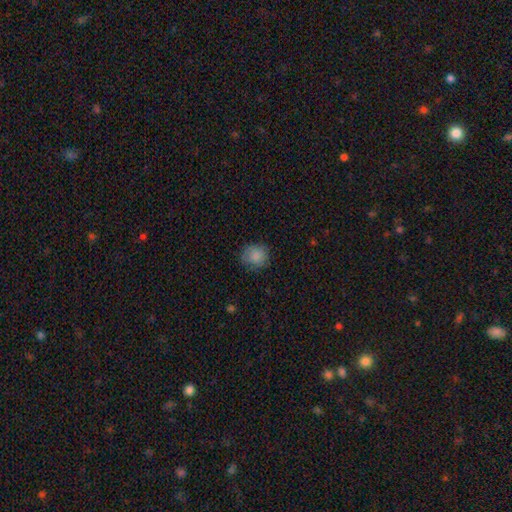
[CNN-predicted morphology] Overall: smooth (86%). How rounded: round (81%). Merging: none (81%).